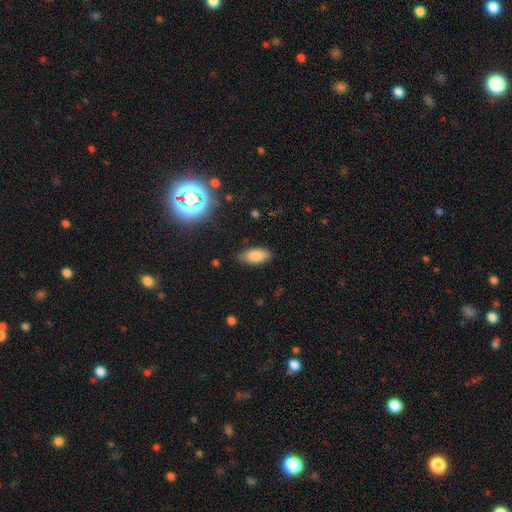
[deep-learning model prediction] A smooth galaxy with no disk features (85%) that is in between round and cigar-shaped (90%).

Vote fractions:
- Smooth or featured? smooth: 85% / star or artifact: 9% / featured or disk: 6%
- How rounded? in between: 90% / cigar-shaped: 7% / round: 2%
- Merging? none: 82% / minor disturbance: 13% / major disturbance: 3% / merger: 1%